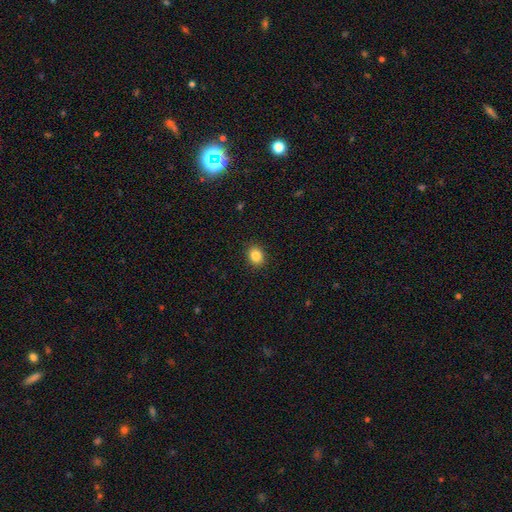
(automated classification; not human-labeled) Smooth or featured? Predicted: smooth (p=0.85). How rounded? Predicted: round (p=0.54). Merging? Predicted: none (p=0.90).